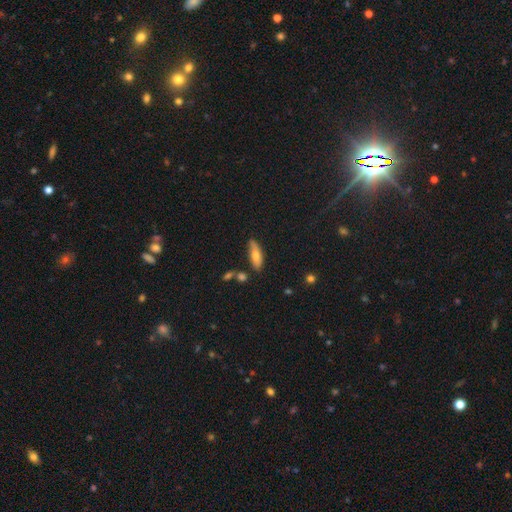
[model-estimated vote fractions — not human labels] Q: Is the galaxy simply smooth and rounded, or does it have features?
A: smooth — 65%.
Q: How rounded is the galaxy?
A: cigar-shaped — 52%.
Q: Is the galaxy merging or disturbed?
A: none — 76%.